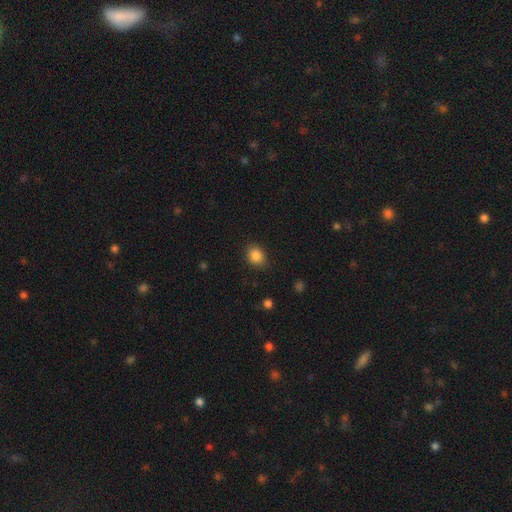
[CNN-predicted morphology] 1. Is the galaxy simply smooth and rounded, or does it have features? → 86% smooth, 10% star or artifact, 5% featured or disk.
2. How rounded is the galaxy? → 51% in between, 48% round, 1% cigar-shaped.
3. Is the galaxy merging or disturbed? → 85% none, 10% minor disturbance, 3% major disturbance, 1% merger.